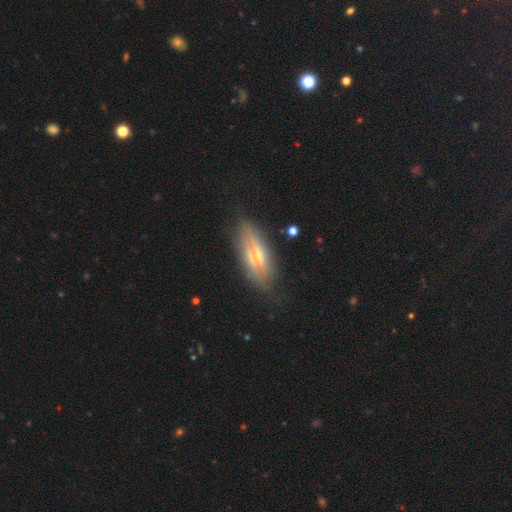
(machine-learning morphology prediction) Smooth or featured? featured or disk (62%)
Edge-on disk? yes (81%)
Edge-on bulge? rounded (73%)
Merging? none (73%)